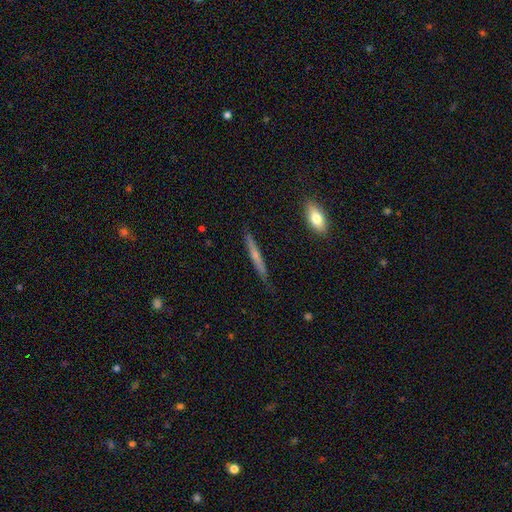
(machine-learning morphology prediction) This appears to be a smooth galaxy with no disk features (48%). Merging: none (79%).